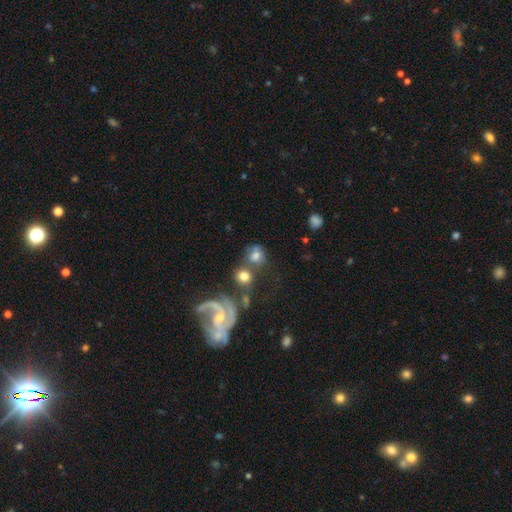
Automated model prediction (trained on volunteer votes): smooth-or-featured: smooth: 58% | featured or disk: 29% | star or artifact: 13%
  how-rounded: round: 72% | in between: 27% | cigar-shaped: 1%
  merging: none: 46% | merger: 28% | minor disturbance: 15% | major disturbance: 10%